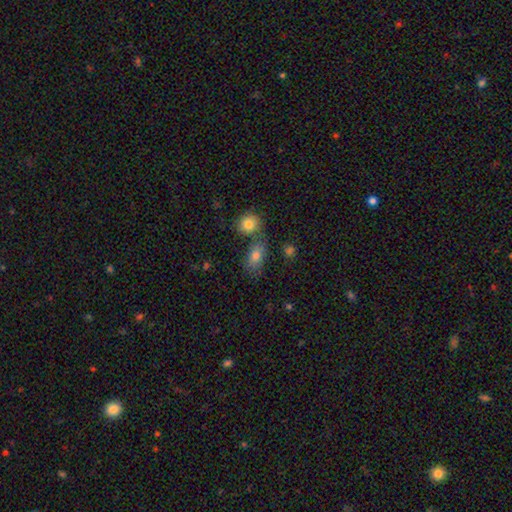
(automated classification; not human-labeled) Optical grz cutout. It shows a smooth galaxy with no disk features (78%) that is in between round and cigar-shaped (82%). Merging: none (54%).